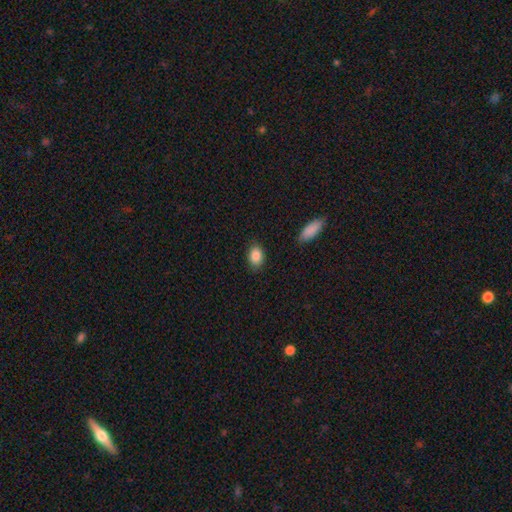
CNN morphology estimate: Smooth or featured: smooth — 87% (star or artifact — 8%)
How rounded: in between — 78% (round — 20%)
Merging: none — 85% (minor disturbance — 11%)